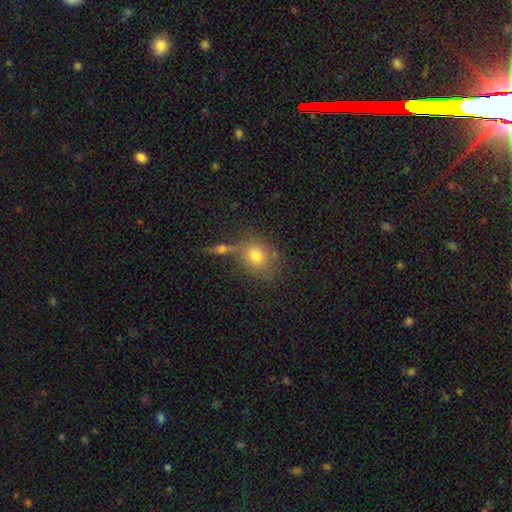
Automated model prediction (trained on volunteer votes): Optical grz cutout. It shows a smooth galaxy with no disk features (74%) that is round (58%). Merging: none (54%).